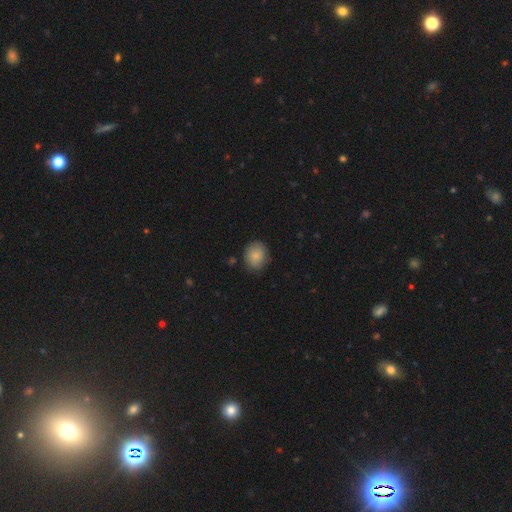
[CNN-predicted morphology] smooth 86%, star or artifact 7%, featured or disk 7%. Down the decision tree: how rounded — round (60%); merging — none (81%).